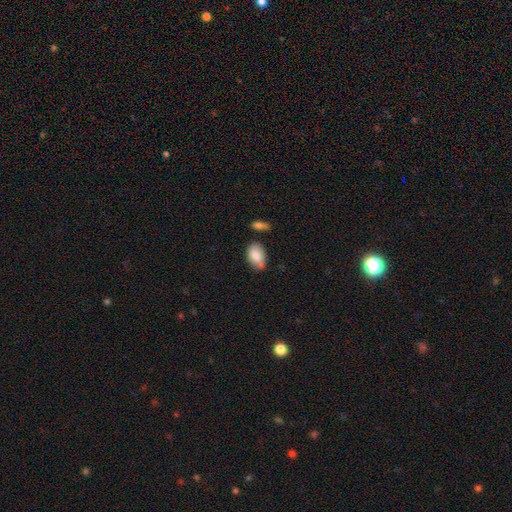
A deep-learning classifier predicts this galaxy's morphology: A smooth galaxy with no disk features (82%) that is in between round and cigar-shaped (89%).

Vote fractions:
- Smooth or featured? smooth: 82% / featured or disk: 11% / star or artifact: 7%
- How rounded? in between: 89% / round: 9% / cigar-shaped: 2%
- Merging? none: 57% / minor disturbance: 27% / merger: 11% / major disturbance: 5%